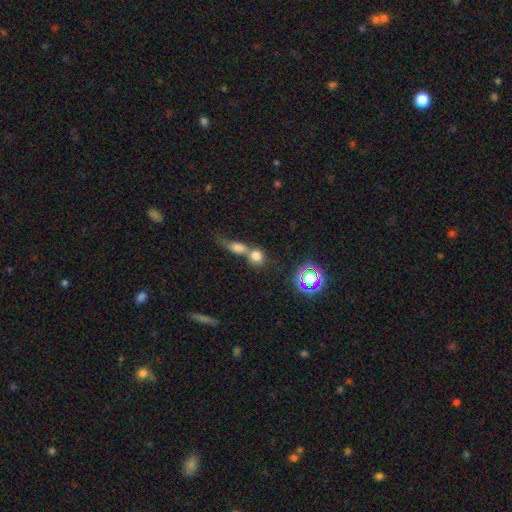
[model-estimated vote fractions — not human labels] Smooth or featured: smooth — 73% (star or artifact — 15%)
How rounded: round — 70% (in between — 26%)
Merging: merger — 61% (none — 28%)